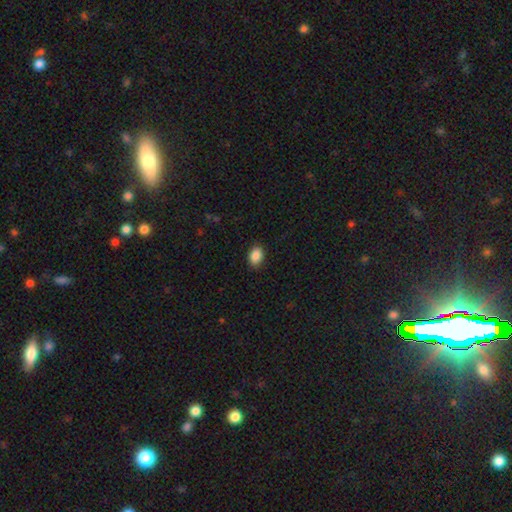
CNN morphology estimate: A smooth galaxy with no disk features (88%) that is in between round and cigar-shaped (83%). Merging: none (88%).